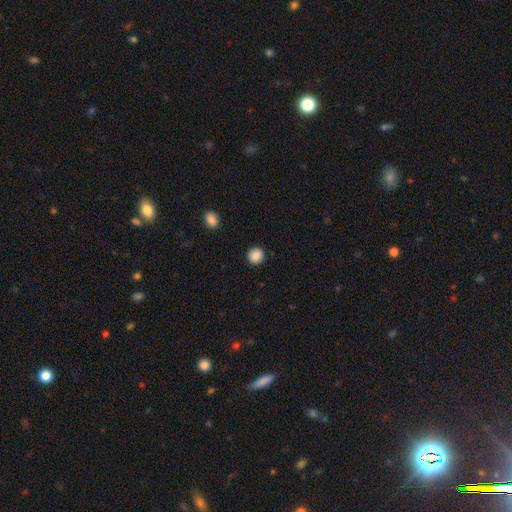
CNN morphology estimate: type=smooth (88%); roundness=round (92%); merging=none (92%).